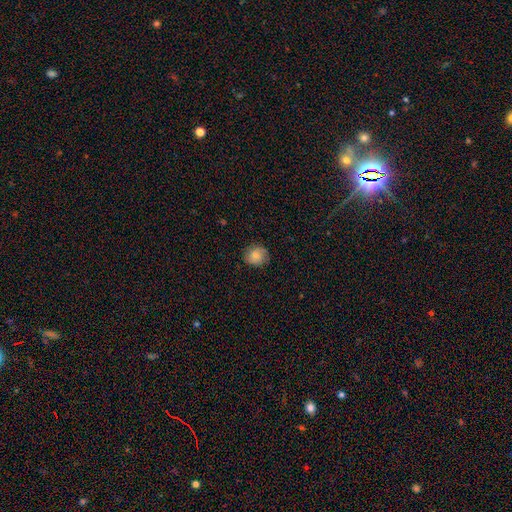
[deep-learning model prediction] smooth_or_featured: smooth (p=0.77) [alt: featured or disk p=0.14]
how_rounded: round (p=0.80) [alt: in between p=0.19]
merging: none (p=0.81) [alt: minor disturbance p=0.15]